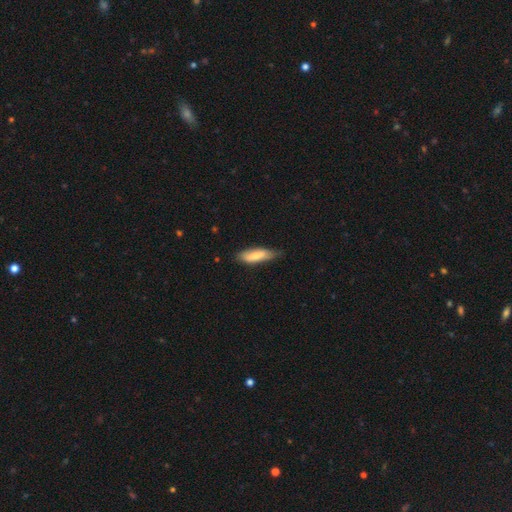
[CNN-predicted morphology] Overall: smooth (74%). How rounded: cigar-shaped (50%; in between 49%). Merging: none (68%).